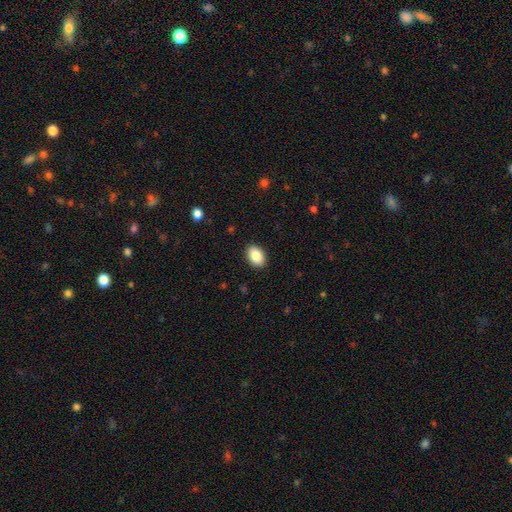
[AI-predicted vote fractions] The model was most divided on "how rounded": in between: 87%, round: 12%, cigar-shaped: 1%. More confident: merging — none (90%); smooth or featured — smooth (87%).